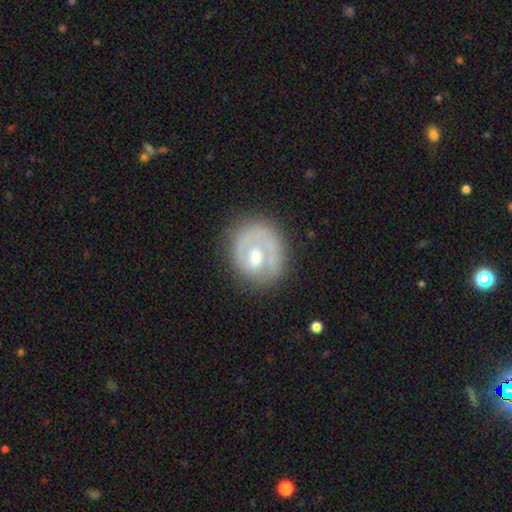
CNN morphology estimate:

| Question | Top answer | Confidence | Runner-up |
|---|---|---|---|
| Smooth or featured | featured or disk | 65% | smooth (29%) |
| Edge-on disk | no | 97% | yes (3%) |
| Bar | no | 65% | weak (28%) |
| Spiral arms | yes | 57% | no (43%) |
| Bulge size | moderate | 61% | large (16%) |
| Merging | none | 67% | minor disturbance (18%) |